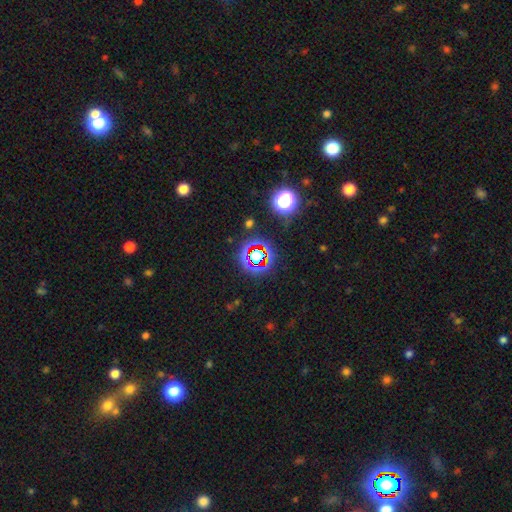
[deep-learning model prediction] star or artifact 68%, smooth 21%, featured or disk 10%.